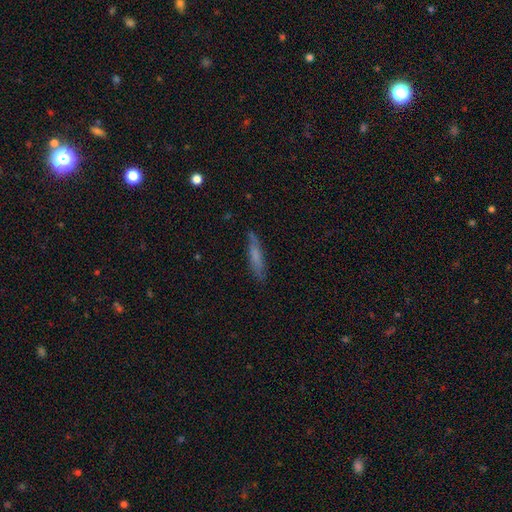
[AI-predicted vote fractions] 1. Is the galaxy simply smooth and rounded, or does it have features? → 61% smooth, 31% featured or disk, 8% star or artifact.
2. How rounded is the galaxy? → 87% cigar-shaped, 12% in between, 2% round.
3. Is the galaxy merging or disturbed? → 78% none, 16% minor disturbance, 4% major disturbance, 2% merger.